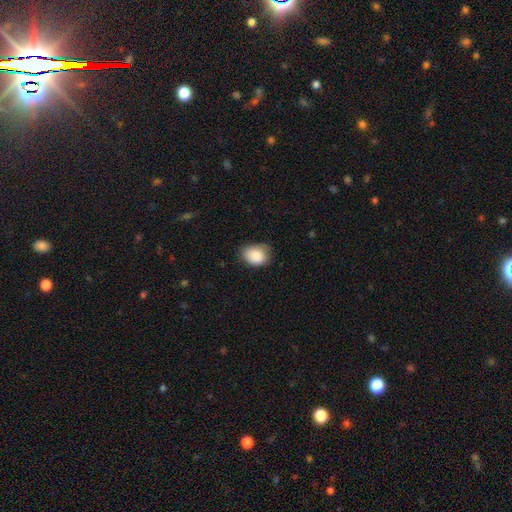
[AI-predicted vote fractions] A smooth galaxy with no disk features (86%) that is in between round and cigar-shaped (68%). Merging: none (57%).